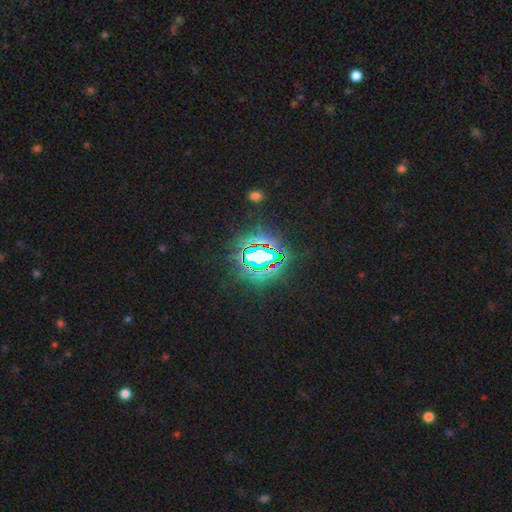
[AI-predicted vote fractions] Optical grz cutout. It shows a star or artifact, not a galaxy (76%).